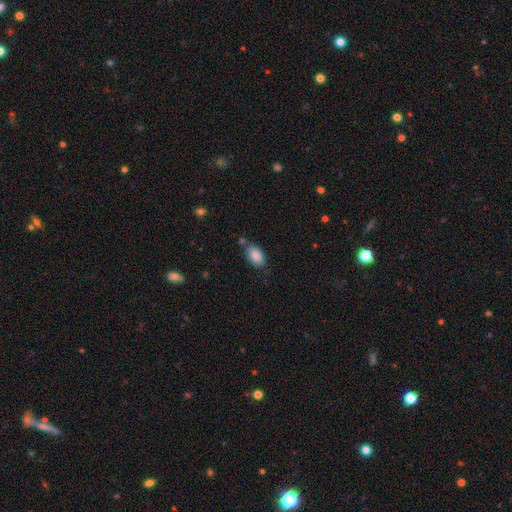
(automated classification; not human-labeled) Smooth or featured? Predicted: smooth (p=0.87). How rounded? Predicted: in between (p=0.93). Merging? Predicted: none (p=0.69).